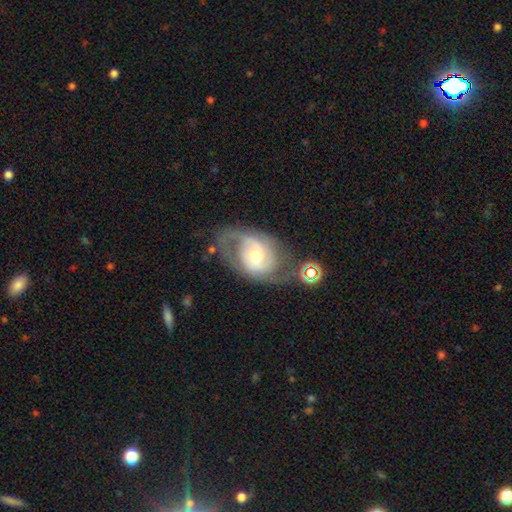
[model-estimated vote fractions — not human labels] Smooth or featured? featured or disk (72%)
Edge-on disk? no (95%)
Bar? weak (44%)
Spiral arms? yes (85%)
Spiral winding? medium (48%)
Spiral arm count? 2 (71%)
Bulge size? moderate (58%)
Merging? none (53%)